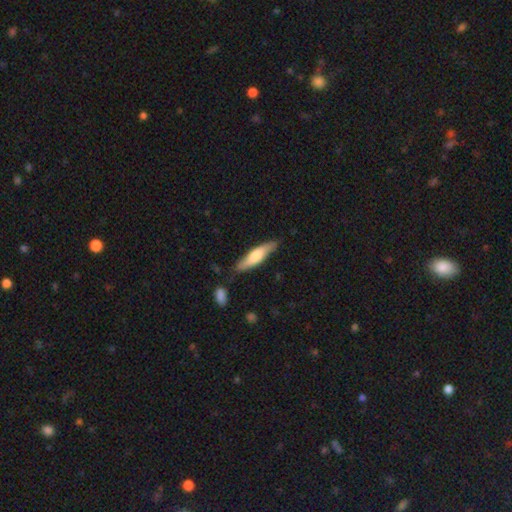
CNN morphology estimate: smooth 57%, featured or disk 38%, star or artifact 5%. Down the decision tree: how rounded — cigar-shaped (75%); merging — none (78%).